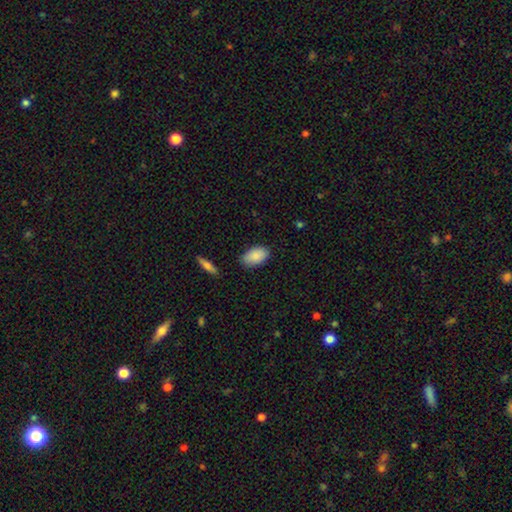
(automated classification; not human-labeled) Q: Smooth or featured?
A: smooth (88%); runner-up: star or artifact (6%)
Q: How rounded?
A: in between (94%); runner-up: round (4%)
Q: Merging?
A: none (82%); runner-up: minor disturbance (14%)